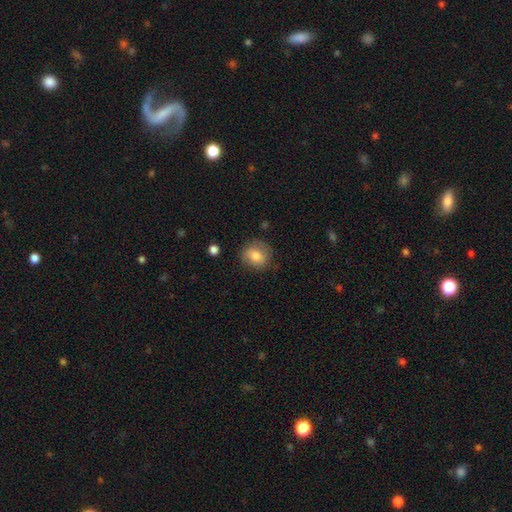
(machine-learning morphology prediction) Smooth or featured: smooth — 73% (featured or disk — 19%)
How rounded: round — 81% (in between — 18%)
Merging: none — 78% (minor disturbance — 16%)